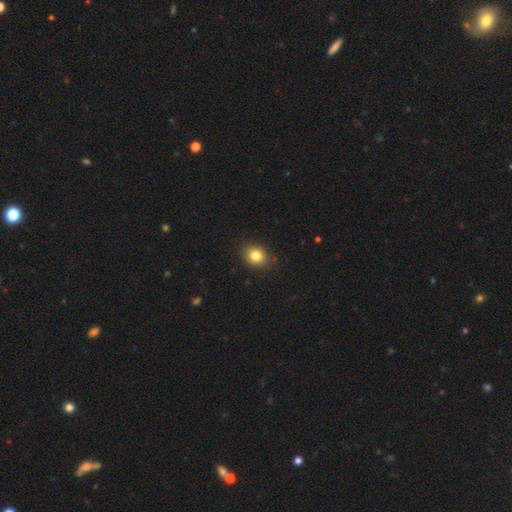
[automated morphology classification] This appears to be a smooth galaxy with no disk features (83%) that is round (62%). Merging: none (86%).